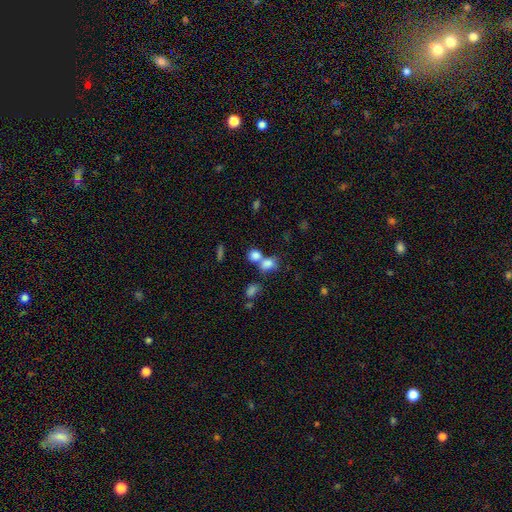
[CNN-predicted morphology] Smooth or featured: smooth — 79% (star or artifact — 12%)
How rounded: round — 64% (in between — 34%)
Merging: merger — 48% (none — 39%)